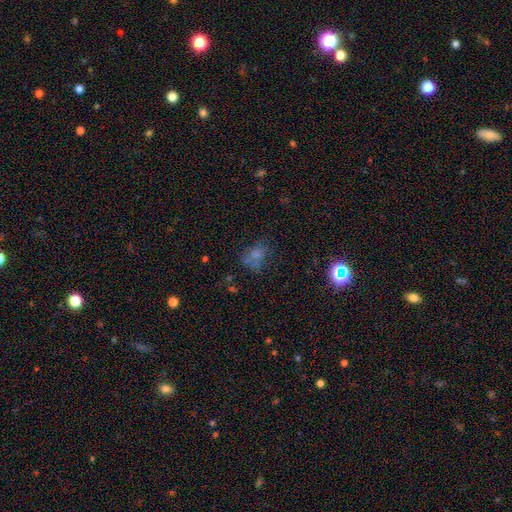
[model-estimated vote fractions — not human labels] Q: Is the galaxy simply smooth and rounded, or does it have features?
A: smooth — 59%.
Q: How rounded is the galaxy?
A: in between — 64%.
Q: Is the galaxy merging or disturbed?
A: none — 46%.